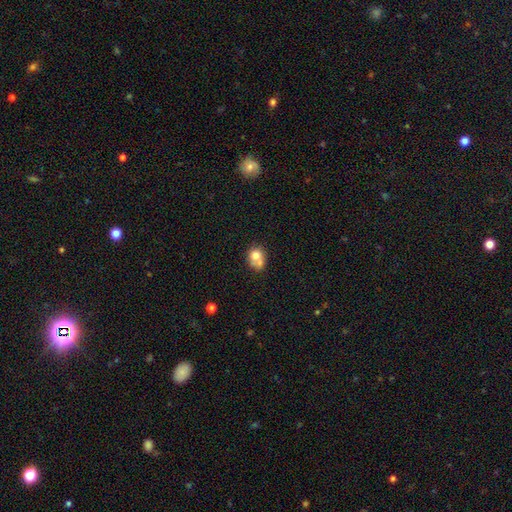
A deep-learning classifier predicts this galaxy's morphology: smooth-or-featured: smooth: 71% | featured or disk: 19% | star or artifact: 10%
  how-rounded: round: 62% | in between: 38% | cigar-shaped: 1%
  merging: merger: 43% | none: 35% | minor disturbance: 16% | major disturbance: 7%